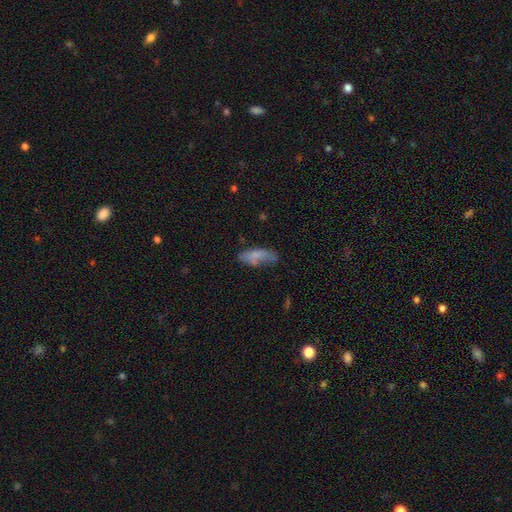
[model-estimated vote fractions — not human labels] Q: Smooth or featured?
A: smooth (72%); runner-up: featured or disk (20%)
Q: How rounded?
A: in between (65%); runner-up: cigar-shaped (32%)
Q: Merging?
A: none (52%); runner-up: minor disturbance (28%)